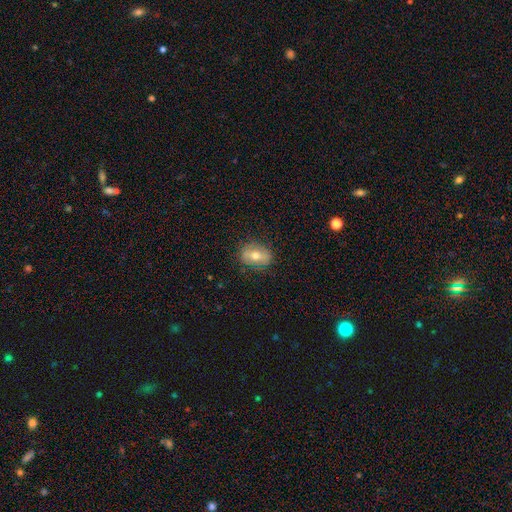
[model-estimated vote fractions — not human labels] smooth-or-featured: smooth: 57% | featured or disk: 33% | star or artifact: 9%
  how-rounded: in between: 62% | round: 36% | cigar-shaped: 2%
  merging: none: 82% | minor disturbance: 14% | major disturbance: 4% | merger: 1%